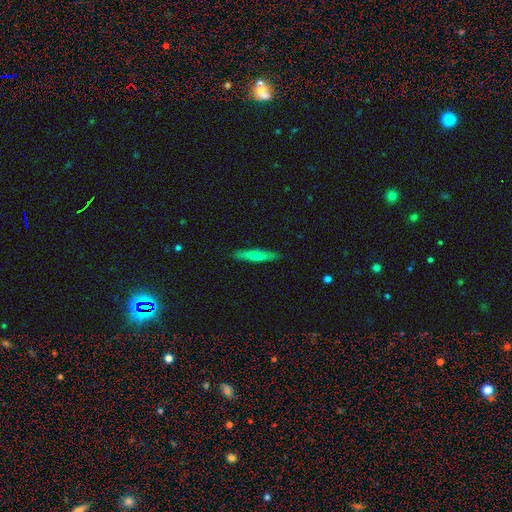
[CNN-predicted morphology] smooth-or-featured: smooth: 61% | featured or disk: 33% | star or artifact: 6%
  how-rounded: cigar-shaped: 91% | in between: 8% | round: 2%
  merging: none: 89% | minor disturbance: 9% | major disturbance: 2% | merger: 1%